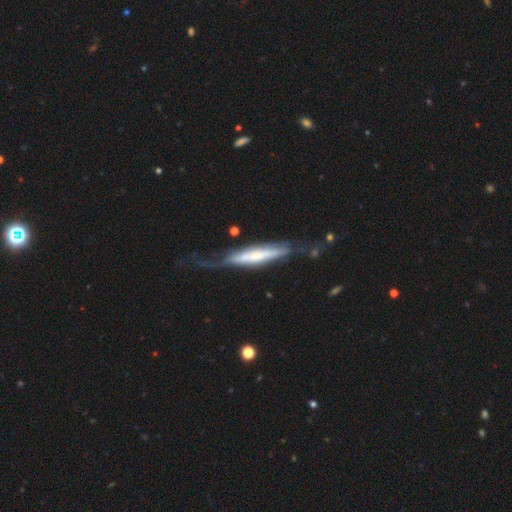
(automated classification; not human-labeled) This appears to be a featured or disk galaxy (64%) viewed edge-on (74%). Merging: none (44%).